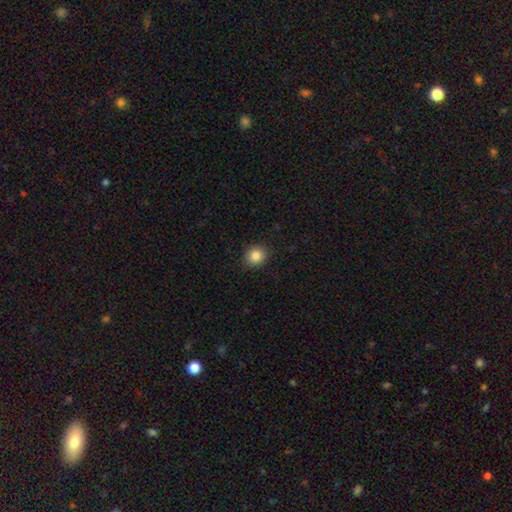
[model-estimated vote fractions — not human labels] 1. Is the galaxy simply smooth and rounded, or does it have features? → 86% smooth, 9% star or artifact, 5% featured or disk.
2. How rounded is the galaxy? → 72% round, 27% in between, 1% cigar-shaped.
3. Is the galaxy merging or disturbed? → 89% none, 8% minor disturbance, 2% major disturbance, 1% merger.